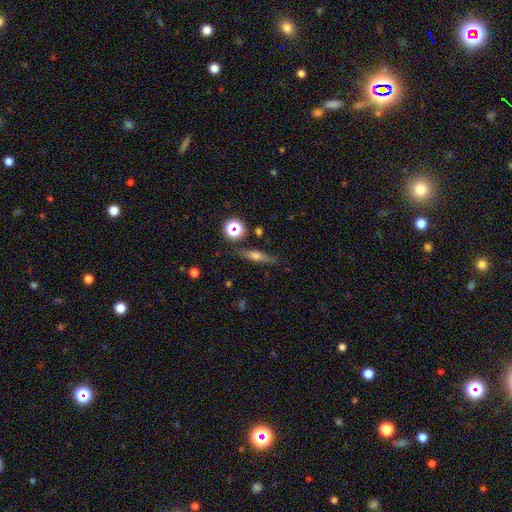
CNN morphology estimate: Q: Smooth or featured?
A: smooth (48%); runner-up: featured or disk (40%)
Q: Merging?
A: none (79%); runner-up: minor disturbance (14%)